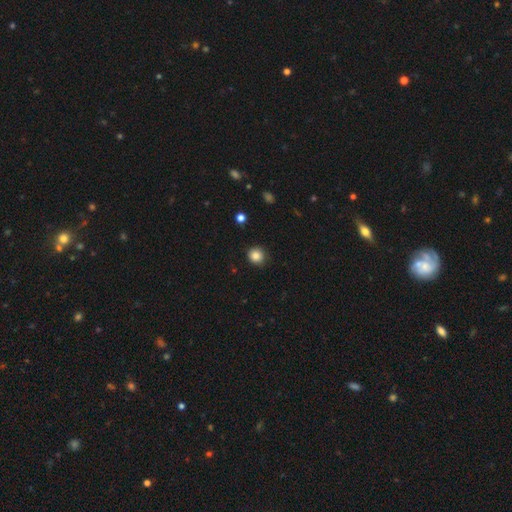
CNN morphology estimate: This appears to be a smooth galaxy with no disk features (84%) that is round (92%). Merging: none (89%).